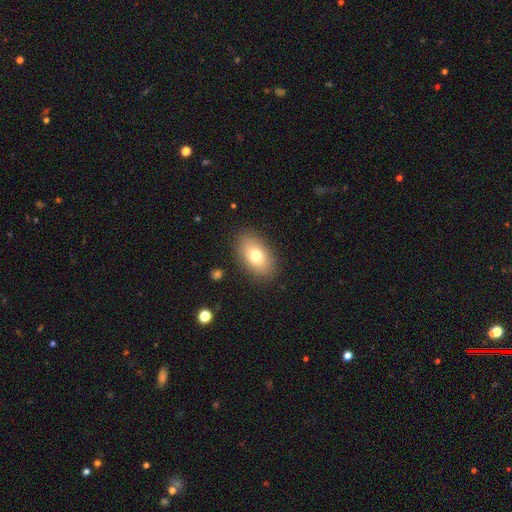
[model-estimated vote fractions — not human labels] The model was most divided on "smooth or featured": smooth: 74%, featured or disk: 17%, star or artifact: 9%. More confident: how rounded — in between (89%); merging — none (87%).